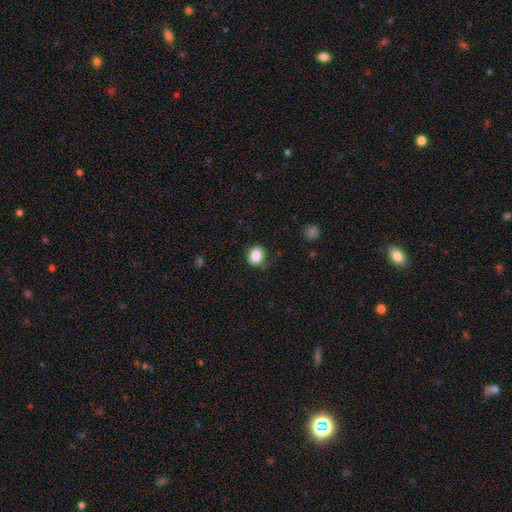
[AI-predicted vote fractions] Smooth or featured? Predicted: smooth (p=0.87). How rounded? Predicted: round (p=0.66). Merging? Predicted: none (p=0.77).